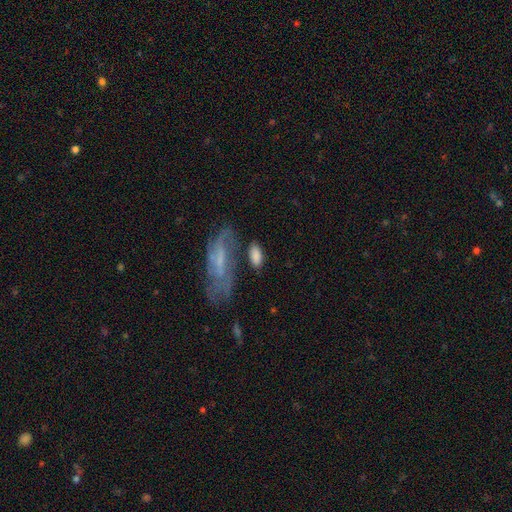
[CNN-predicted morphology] A smooth galaxy with no disk features (80%) that is in between round and cigar-shaped (84%). Merging: none (64%).